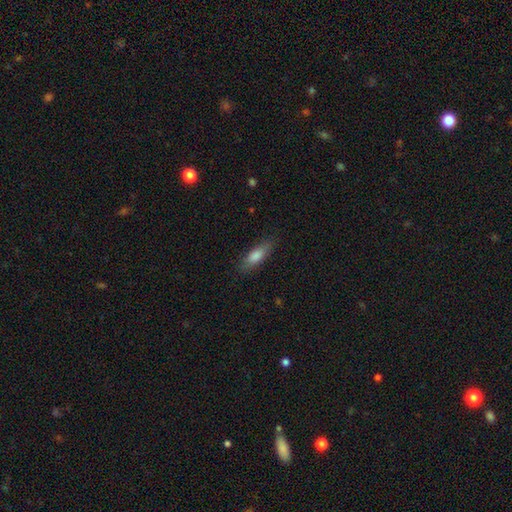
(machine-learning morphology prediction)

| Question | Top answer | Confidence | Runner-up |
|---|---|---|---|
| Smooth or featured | smooth | 78% | featured or disk (15%) |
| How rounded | in between | 51% | cigar-shaped (47%) |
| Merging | none | 82% | minor disturbance (13%) |